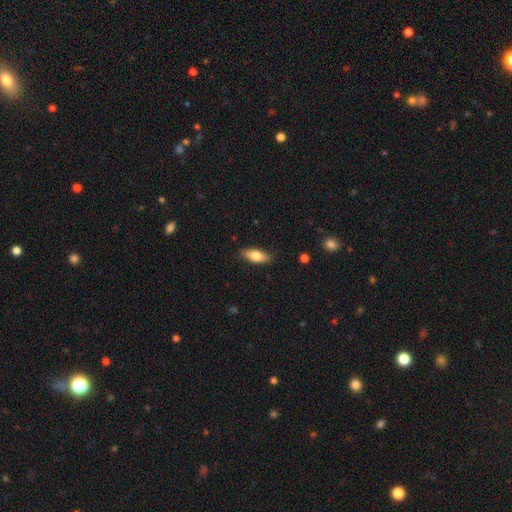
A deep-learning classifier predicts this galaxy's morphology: smooth 73%, featured or disk 21%, star or artifact 6%. Down the decision tree: how rounded — in between (71%); merging — none (86%).